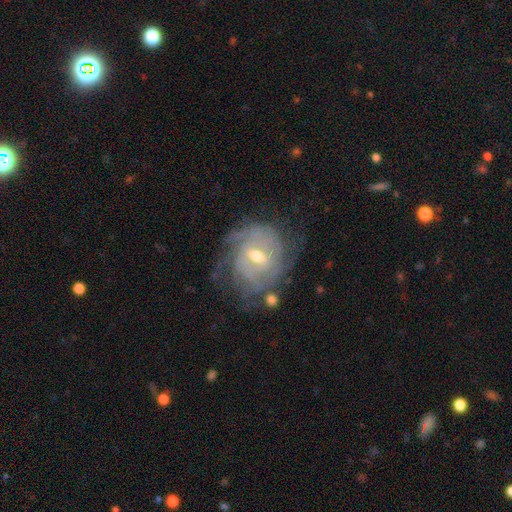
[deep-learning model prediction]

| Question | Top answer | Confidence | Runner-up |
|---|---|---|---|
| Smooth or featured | featured or disk | 85% | smooth (9%) |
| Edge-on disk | no | 97% | yes (3%) |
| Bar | weak | 57% | no (24%) |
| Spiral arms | yes | 94% | no (6%) |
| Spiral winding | tight | 65% | medium (28%) |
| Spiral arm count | can't tell | 37% | 3 (21%) |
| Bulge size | moderate | 59% | small (36%) |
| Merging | none | 64% | minor disturbance (21%) |